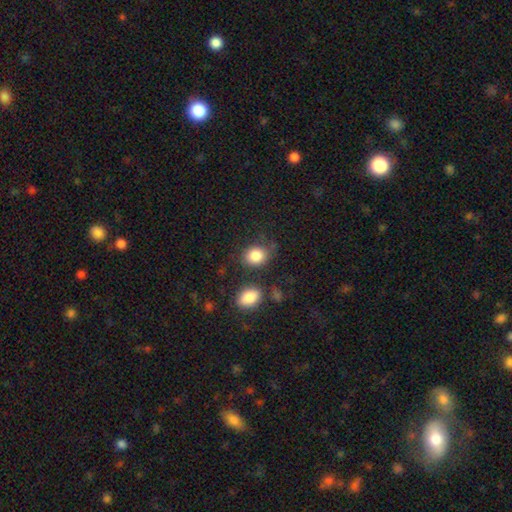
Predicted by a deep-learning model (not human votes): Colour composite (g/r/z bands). It shows a smooth galaxy with no disk features (85%) that is round (51%). Merging: none (68%).